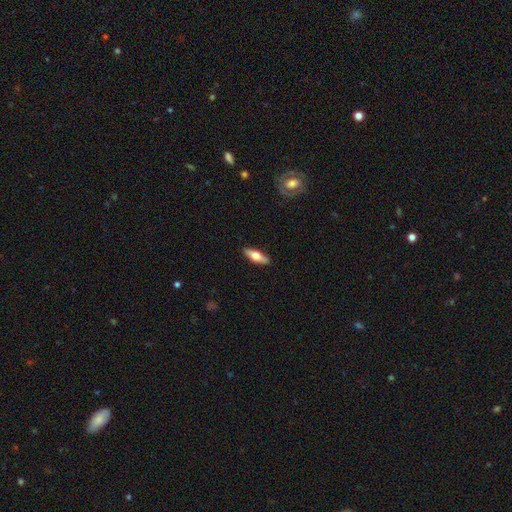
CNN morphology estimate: A smooth galaxy with no disk features (59%) that is in between round and cigar-shaped (55%).

Vote fractions:
- Smooth or featured? smooth: 59% / featured or disk: 36% / star or artifact: 6%
- How rounded? in between: 55% / cigar-shaped: 43% / round: 3%
- Merging? none: 89% / minor disturbance: 8% / major disturbance: 2% / merger: 1%